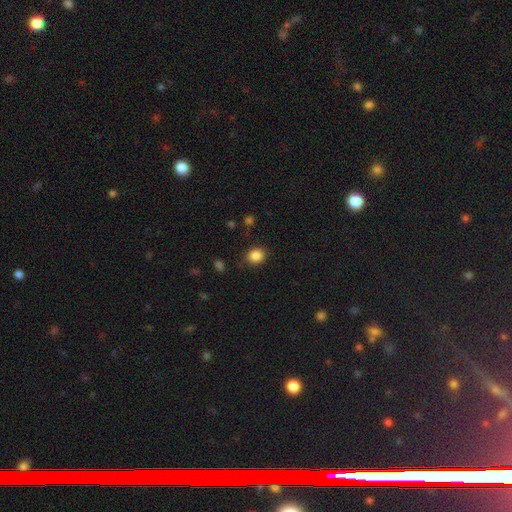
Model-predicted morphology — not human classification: Smooth or featured? Predicted: smooth (p=0.86). How rounded? Predicted: round (p=0.69). Merging? Predicted: none (p=0.86).